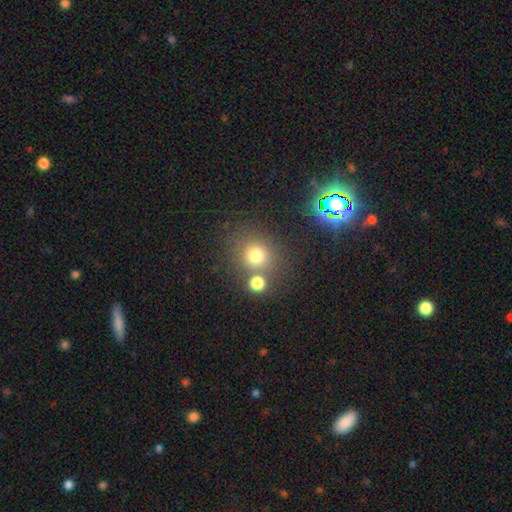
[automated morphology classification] Smooth or featured? Predicted: smooth (p=0.74). How rounded? Predicted: round (p=0.87). Merging? Predicted: none (p=0.69).